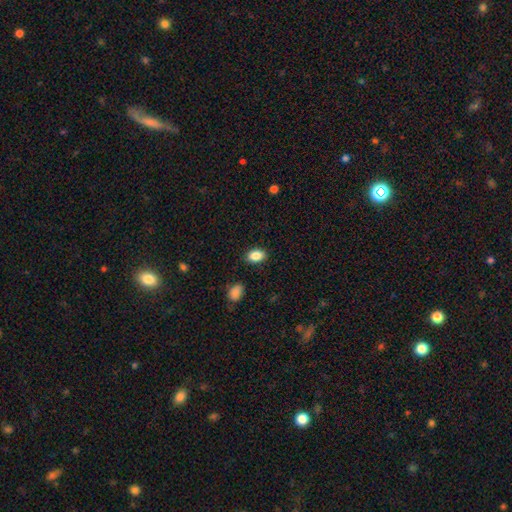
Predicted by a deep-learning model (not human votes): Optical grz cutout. It shows a smooth galaxy with no disk features (87%) that is in between round and cigar-shaped (86%). Merging: none (87%).